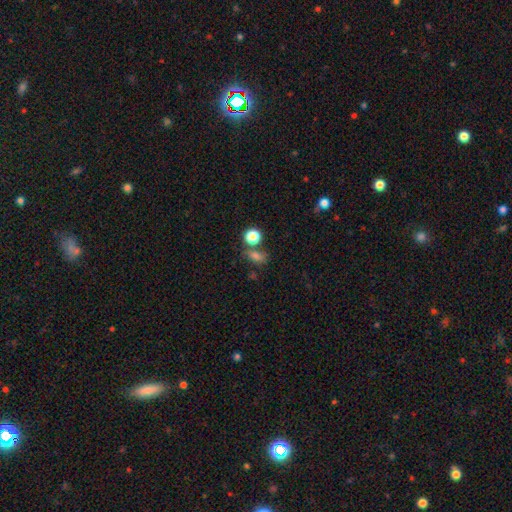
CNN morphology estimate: Smooth or featured? smooth (74%)
How rounded? in between (61%)
Merging? none (58%)